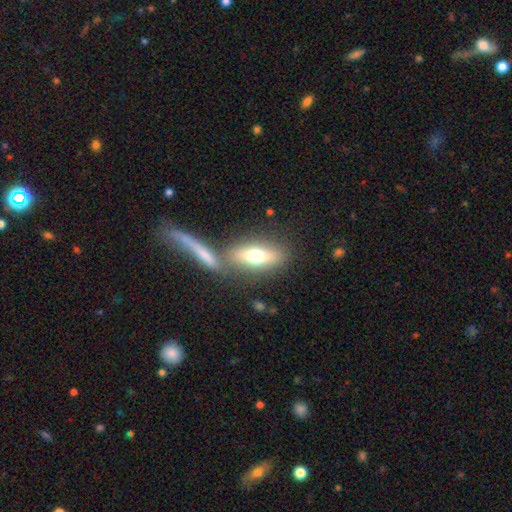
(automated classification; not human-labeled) Overall: smooth (63%; featured or disk 29%). How rounded: in between (67%). Merging: none (59%; merger 26%).